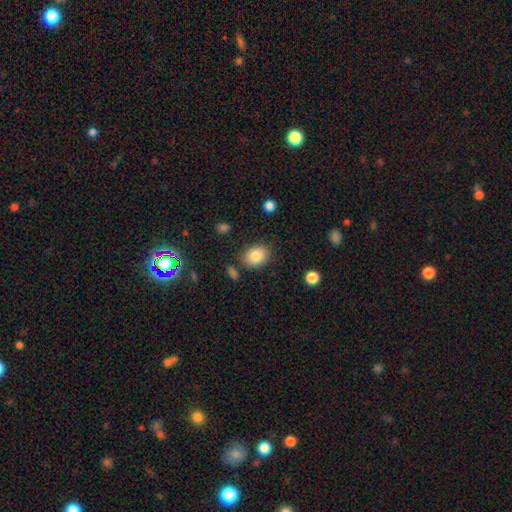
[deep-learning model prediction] Smooth or featured? smooth (84%)
How rounded? in between (66%)
Merging? none (81%)